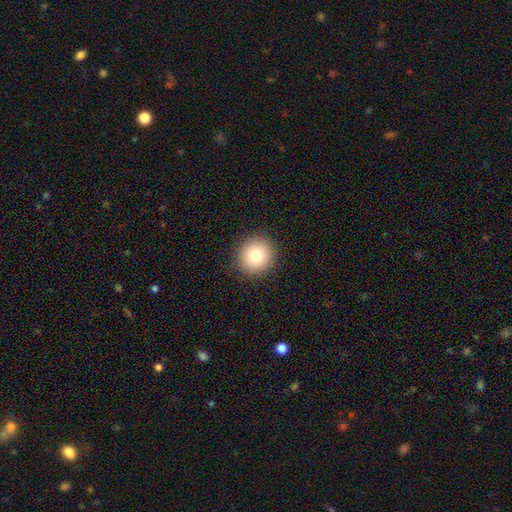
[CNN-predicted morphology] Smooth or featured?
  - smooth: 78% *
  - star or artifact: 11%
  - featured or disk: 10%
How rounded?
  - round: 93% *
  - in between: 6%
  - cigar-shaped: 1%
Merging?
  - none: 92% *
  - minor disturbance: 5%
  - major disturbance: 2%
  - merger: 1%